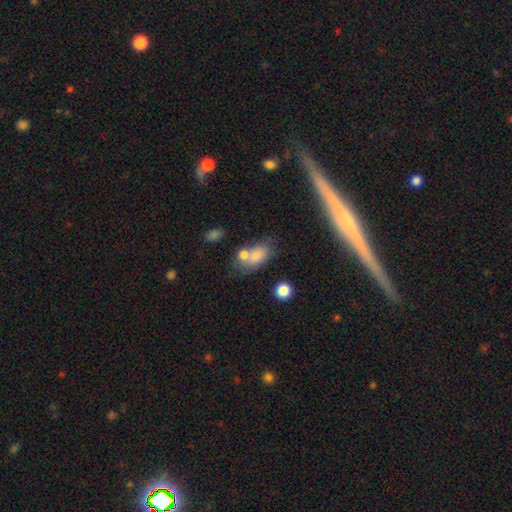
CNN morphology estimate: Q: Smooth or featured?
A: smooth (73%); runner-up: featured or disk (15%)
Q: How rounded?
A: in between (82%); runner-up: round (14%)
Q: Merging?
A: none (45%); runner-up: merger (33%)